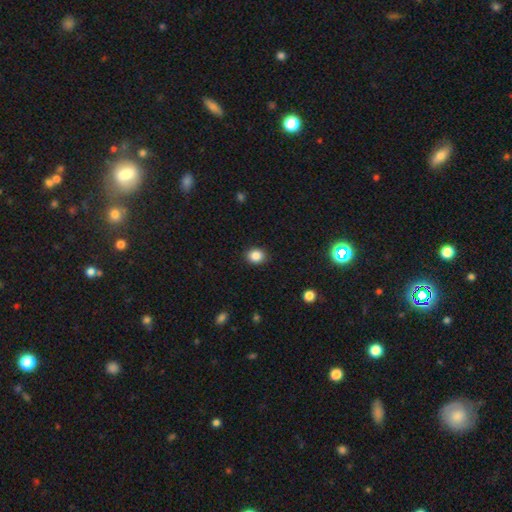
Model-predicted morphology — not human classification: smooth-or-featured: smooth: 86% | star or artifact: 10% | featured or disk: 4%
  how-rounded: round: 68% | in between: 32% | cigar-shaped: 1%
  merging: none: 90% | minor disturbance: 7% | major disturbance: 2% | merger: 1%